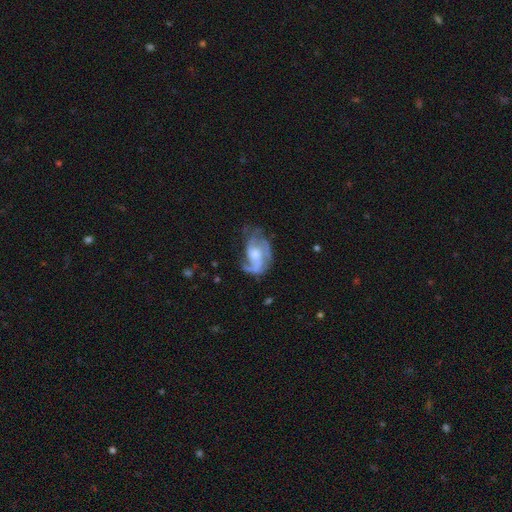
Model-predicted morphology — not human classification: This is clearly a featured or disk galaxy (83%). It is clearly not viewed edge-on (97%). Bar: likely no (63%). Spiral arm pattern: clearly yes (93%). Spiral arm count: possibly 2 (48%). Spiral winding: possibly medium (47%). Central bulge: possibly moderate (53%). Merging: possibly none (52%).